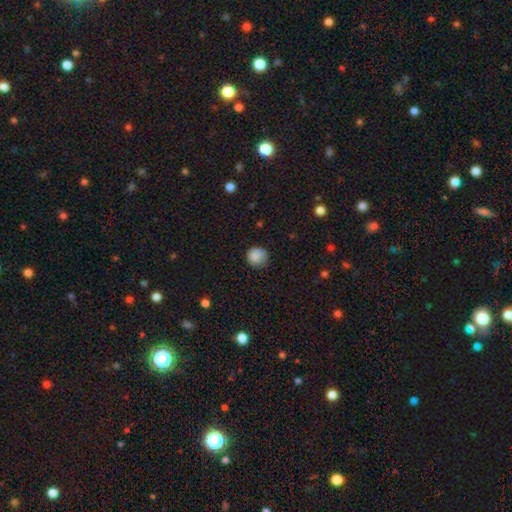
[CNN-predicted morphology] Smooth or featured?
  - smooth: 86% *
  - star or artifact: 10%
  - featured or disk: 5%
How rounded?
  - round: 89% *
  - in between: 10%
  - cigar-shaped: 1%
Merging?
  - none: 75% *
  - minor disturbance: 20%
  - major disturbance: 4%
  - merger: 1%